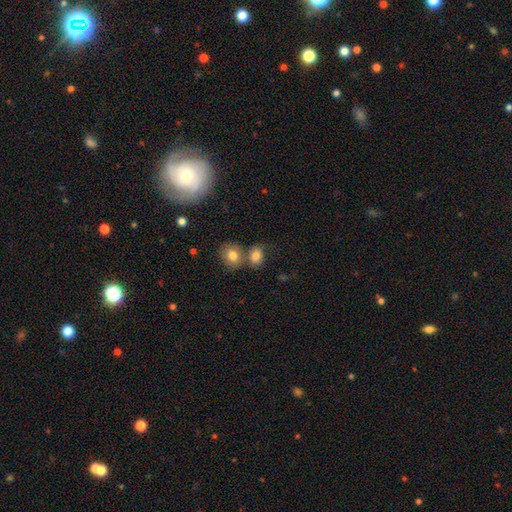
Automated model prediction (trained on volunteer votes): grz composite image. It shows a smooth galaxy with no disk features (81%) that is in between round and cigar-shaped (61%). Merging: none (45%).